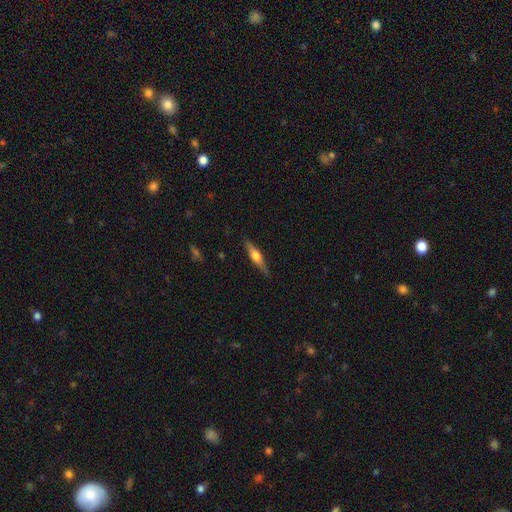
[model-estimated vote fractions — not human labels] smooth-or-featured: featured or disk: 59% | smooth: 35% | star or artifact: 6%
  disk-edge-on: yes: 96% | no: 4%
    edge-on-bulge: rounded: 90% | boxy: 6% | none: 3%
  merging: none: 87% | minor disturbance: 10% | major disturbance: 2% | merger: 1%